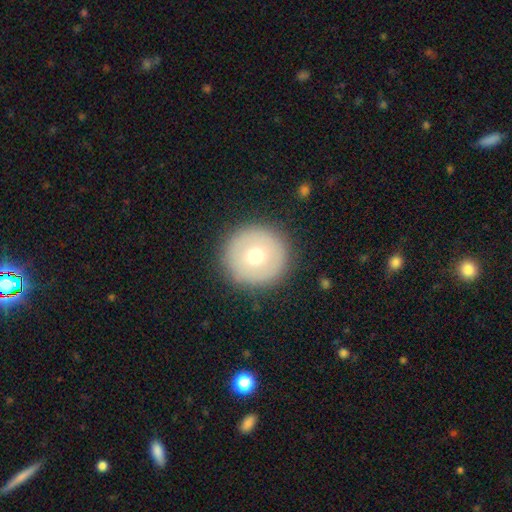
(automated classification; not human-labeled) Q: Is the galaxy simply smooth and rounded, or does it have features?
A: smooth — 64%.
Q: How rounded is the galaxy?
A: round — 96%.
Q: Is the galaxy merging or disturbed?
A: none — 90%.